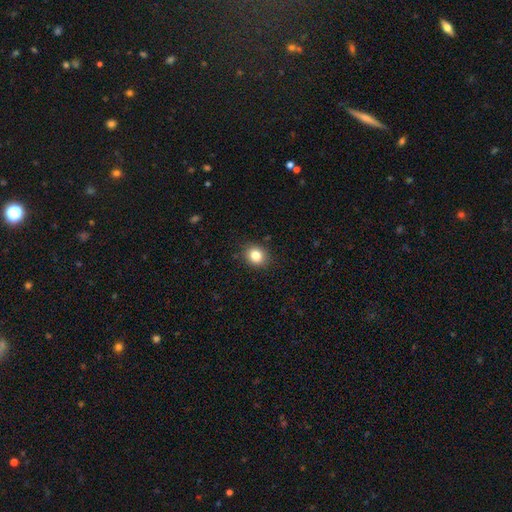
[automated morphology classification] smooth_or_featured: smooth (p=0.83) [alt: star or artifact p=0.11]
how_rounded: round (p=0.68) [alt: in between p=0.31]
merging: none (p=0.88) [alt: minor disturbance p=0.09]